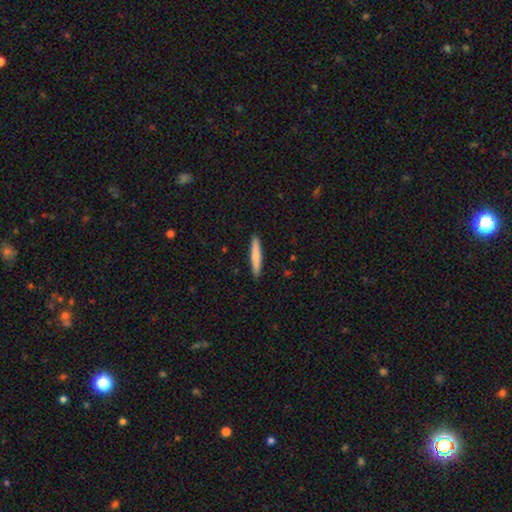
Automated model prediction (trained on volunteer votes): Smooth or featured? Predicted: smooth (p=0.77). How rounded? Predicted: cigar-shaped (p=0.94). Merging? Predicted: none (p=0.91).